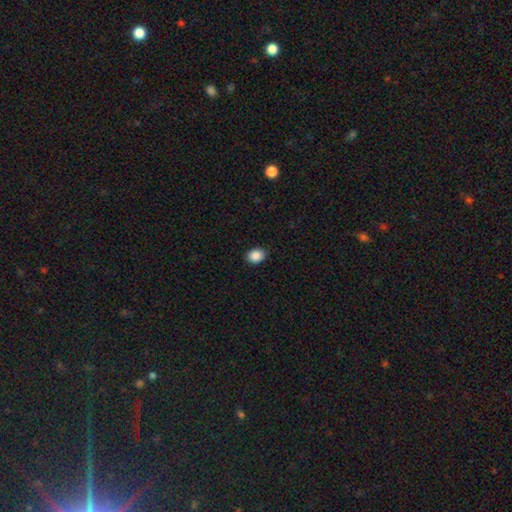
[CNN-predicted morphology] Q: Smooth or featured?
A: smooth (89%); runner-up: star or artifact (9%)
Q: How rounded?
A: in between (52%); runner-up: round (47%)
Q: Merging?
A: none (89%); runner-up: minor disturbance (8%)